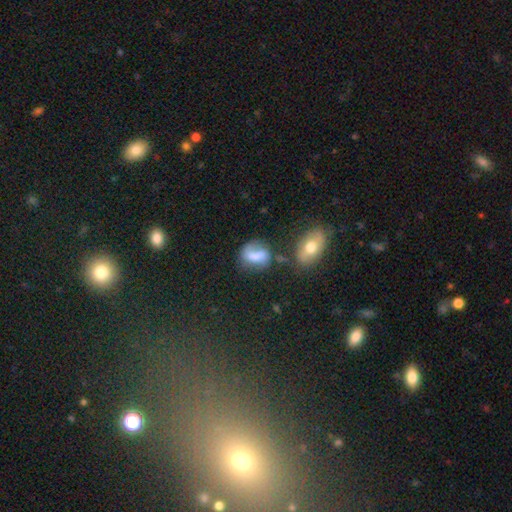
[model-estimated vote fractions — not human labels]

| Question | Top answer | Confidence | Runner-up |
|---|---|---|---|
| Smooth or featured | smooth | 55% | featured or disk (34%) |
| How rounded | in between | 62% | round (34%) |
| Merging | none | 47% | minor disturbance (25%) |